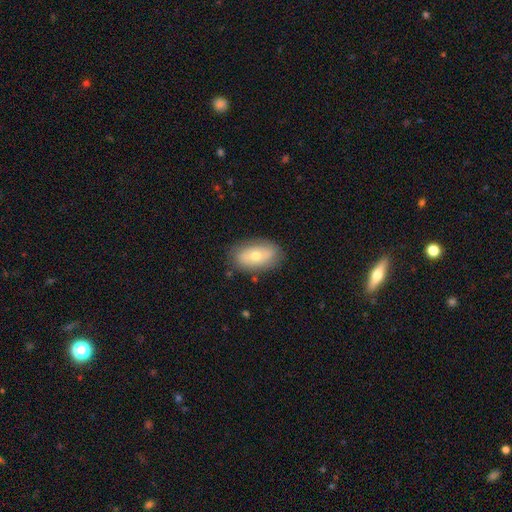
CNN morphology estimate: Smooth or featured? smooth (54%)
How rounded? in between (91%)
Merging? none (84%)